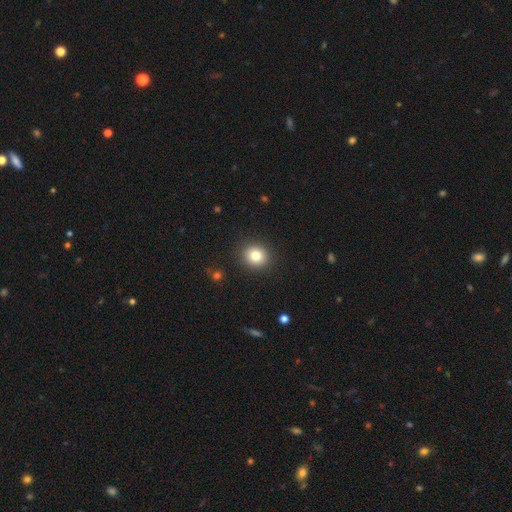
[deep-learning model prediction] Overall: smooth (82%). How rounded: round (82%). Merging: none (90%).